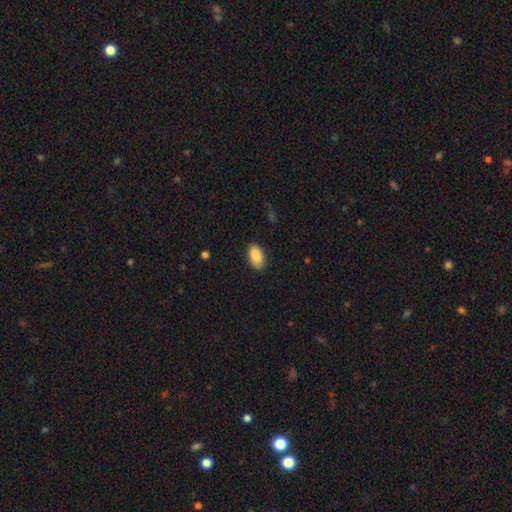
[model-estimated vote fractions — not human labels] This appears to be a smooth galaxy with no disk features (87%) that is in between round and cigar-shaped (93%). Merging: none (86%).